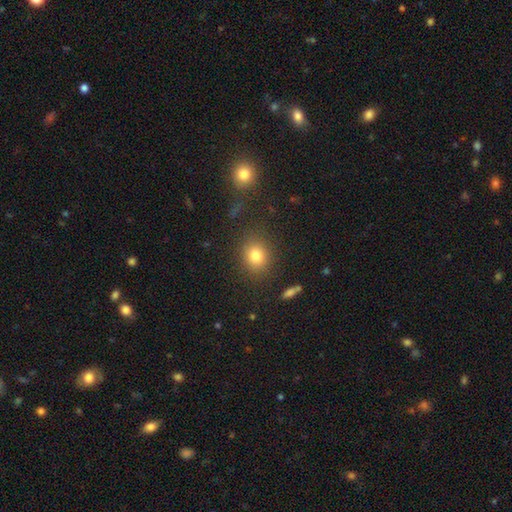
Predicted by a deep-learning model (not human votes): Morphology: type=smooth (79%); roundness=round (67%); merging=none (84%).